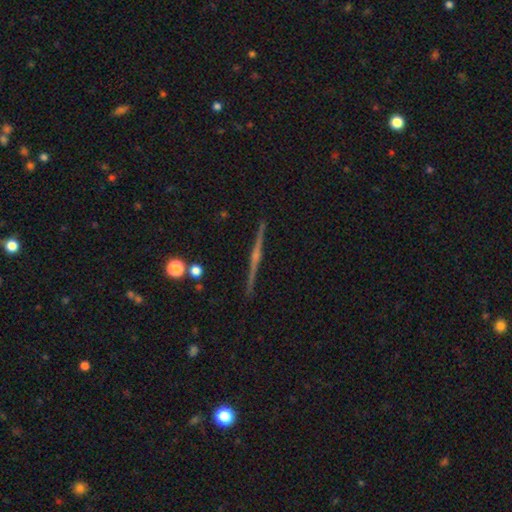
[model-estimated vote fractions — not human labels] Smooth or featured?
  - featured or disk: 76% *
  - smooth: 15%
  - star or artifact: 9%
Edge-on disk?
  - yes: 98% *
  - no: 2%
Edge-on bulge?
  - rounded: 65% *
  - none: 26%
  - boxy: 10%
Merging?
  - none: 92% *
  - minor disturbance: 5%
  - merger: 2%
  - major disturbance: 1%